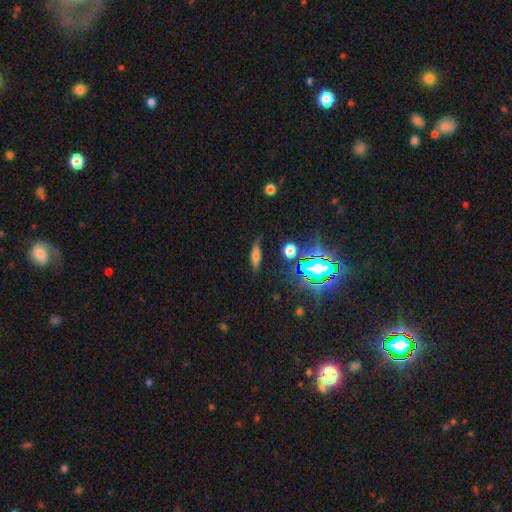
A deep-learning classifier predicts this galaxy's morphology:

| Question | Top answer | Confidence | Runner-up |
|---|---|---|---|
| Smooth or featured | smooth | 59% | featured or disk (23%) |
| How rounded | cigar-shaped | 61% | in between (34%) |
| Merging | none | 77% | minor disturbance (16%) |